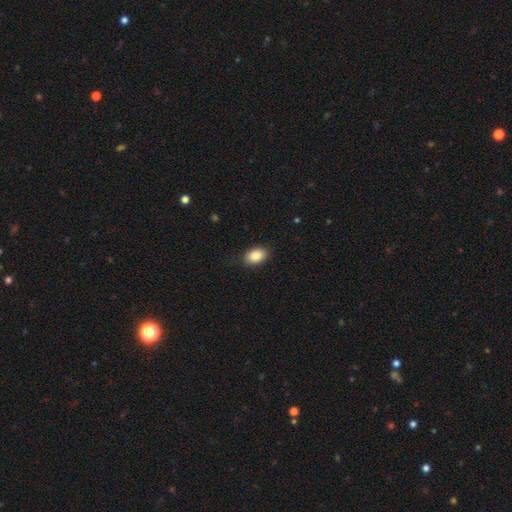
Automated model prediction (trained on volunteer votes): smooth-or-featured: smooth: 86% | star or artifact: 8% | featured or disk: 6%
  how-rounded: in between: 86% | round: 13% | cigar-shaped: 1%
  merging: none: 87% | minor disturbance: 10% | major disturbance: 2% | merger: 1%